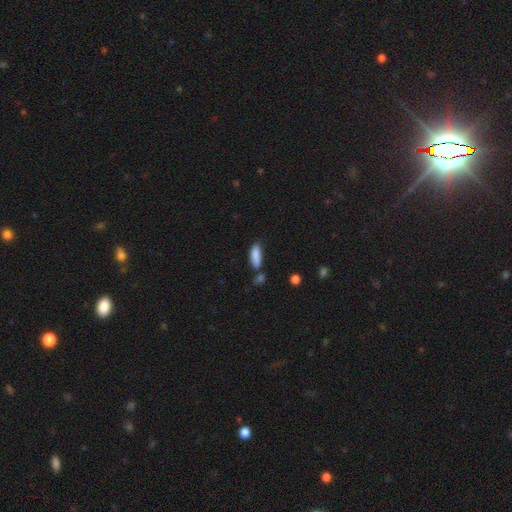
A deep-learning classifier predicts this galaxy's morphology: A smooth galaxy with no disk features (86%) that is in between round and cigar-shaped (52%). Merging: none (63%).